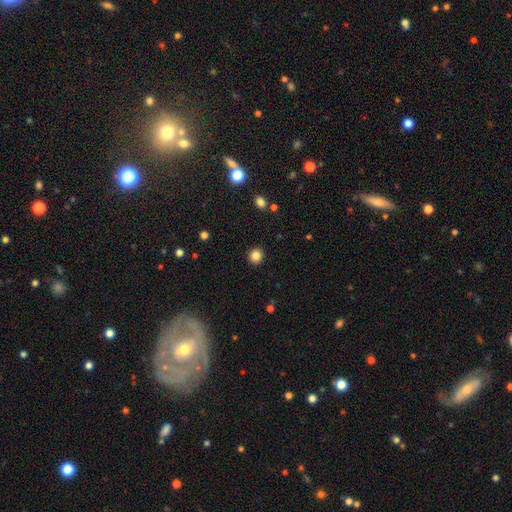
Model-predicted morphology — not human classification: type=smooth (84%); roundness=round (93%); merging=none (92%).